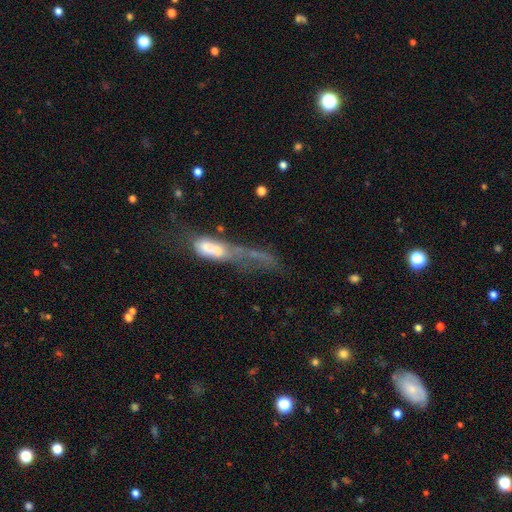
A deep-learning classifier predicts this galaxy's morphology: smooth_or_featured: smooth (p=0.44) [alt: featured or disk p=0.41]
merging: major disturbance (p=0.50) [alt: merger p=0.21]